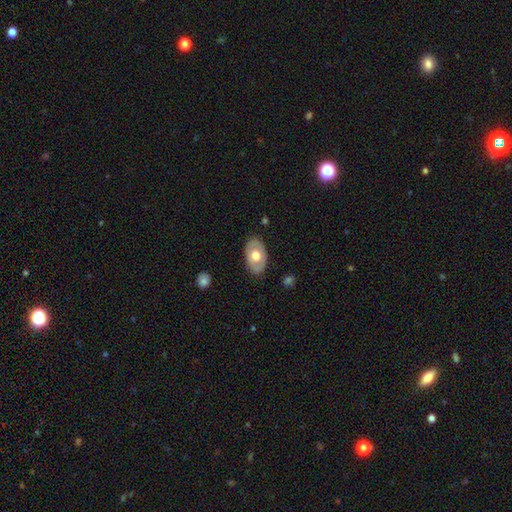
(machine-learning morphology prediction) The model was most divided on "smooth or featured": smooth: 54%, featured or disk: 41%, star or artifact: 5%. More confident: how rounded — in between (89%); merging — none (82%).